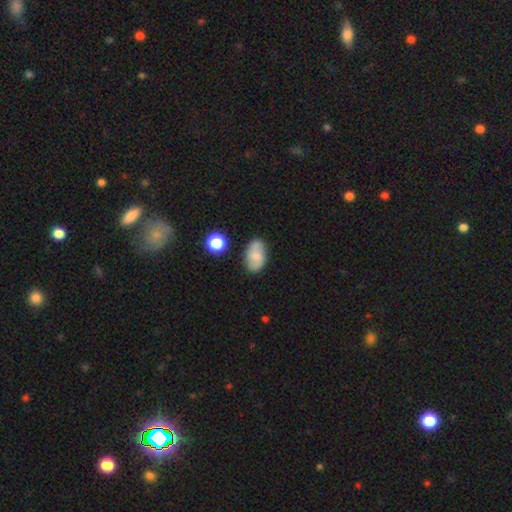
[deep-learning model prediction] Morphology: type=smooth (58%); roundness=in between (88%); merging=none (71%).